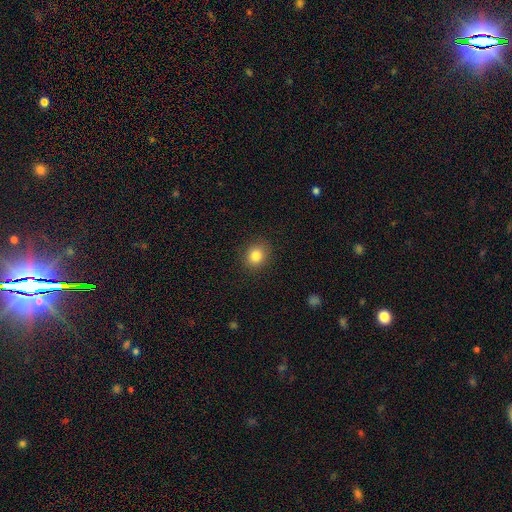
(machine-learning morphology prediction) smooth-or-featured: smooth: 83% | star or artifact: 11% | featured or disk: 6%
  how-rounded: round: 73% | in between: 26% | cigar-shaped: 1%
  merging: none: 89% | minor disturbance: 7% | major disturbance: 2% | merger: 1%